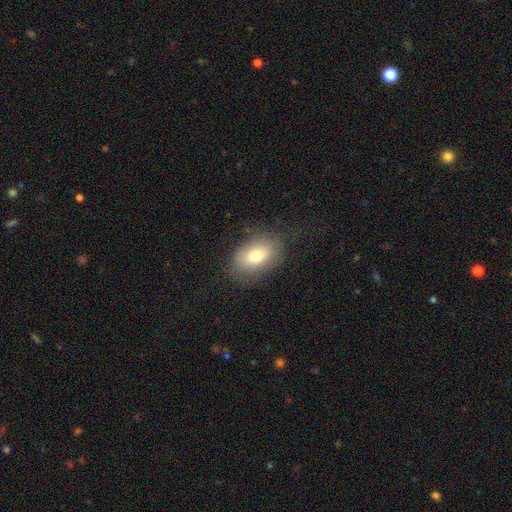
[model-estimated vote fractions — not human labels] Morphology: type=smooth (76%); roundness=in between (86%); merging=none (78%).